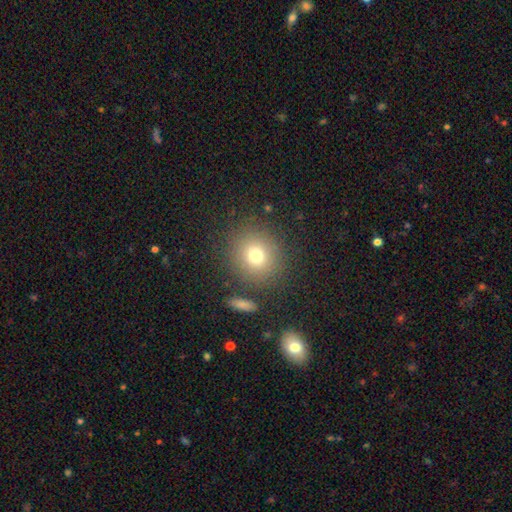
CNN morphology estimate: Smooth or featured? Predicted: smooth (p=0.75). How rounded? Predicted: round (p=0.85). Merging? Predicted: none (p=0.85).